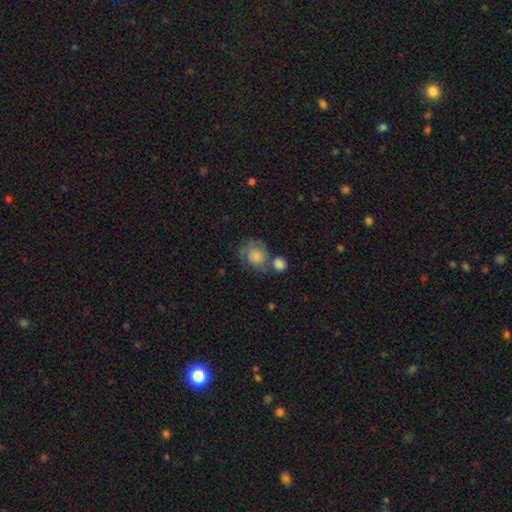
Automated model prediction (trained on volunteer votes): A smooth galaxy with no disk features (68%) that is round (68%).

Vote fractions:
- Smooth or featured? smooth: 68% / featured or disk: 25% / star or artifact: 7%
- How rounded? round: 68% / in between: 31% / cigar-shaped: 1%
- Merging? none: 36% / merger: 31% / minor disturbance: 20% / major disturbance: 13%